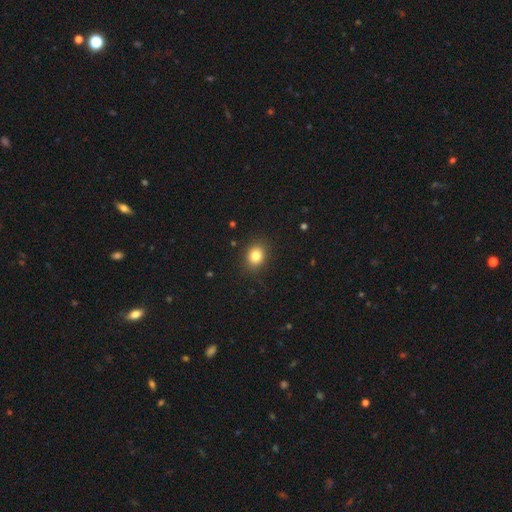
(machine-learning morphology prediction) Overall: smooth (82%). How rounded: round (61%; in between 38%). Merging: none (88%).